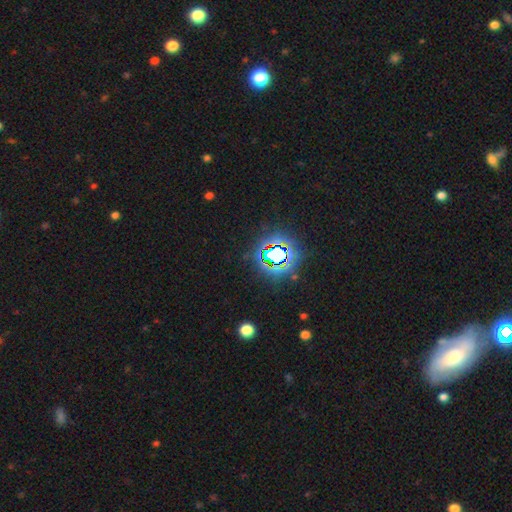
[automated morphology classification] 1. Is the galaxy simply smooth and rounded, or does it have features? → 82% star or artifact, 11% smooth, 7% featured or disk.